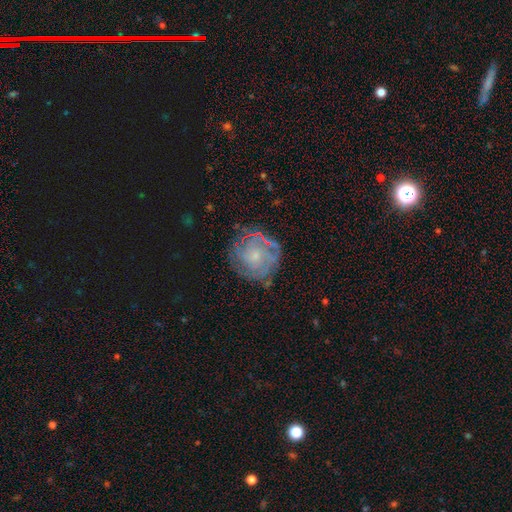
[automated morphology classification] This appears to be a featured or disk galaxy (69%) with no bar (76%), tight (67%) spiral arms (81%) and a small central bulge (70%). Merging: none (70%).